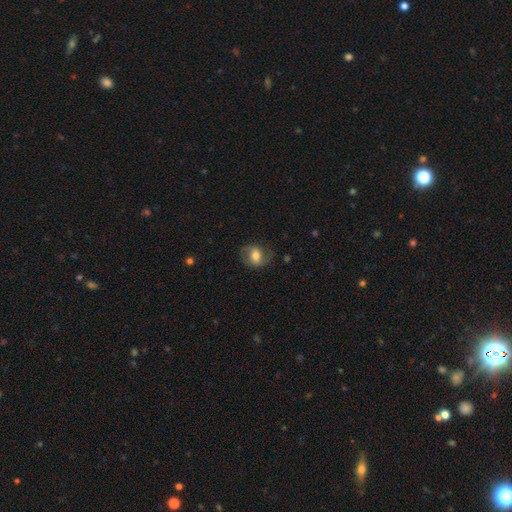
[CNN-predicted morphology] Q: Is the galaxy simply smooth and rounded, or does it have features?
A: featured or disk — 48%.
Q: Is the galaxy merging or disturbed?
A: none — 68%.